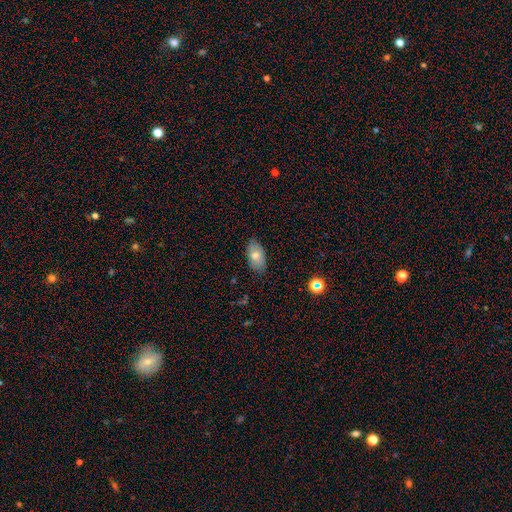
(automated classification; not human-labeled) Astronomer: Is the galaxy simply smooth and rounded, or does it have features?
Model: smooth — 73%.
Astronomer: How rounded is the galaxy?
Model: in between — 93%.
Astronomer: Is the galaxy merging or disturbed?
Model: none — 83%.